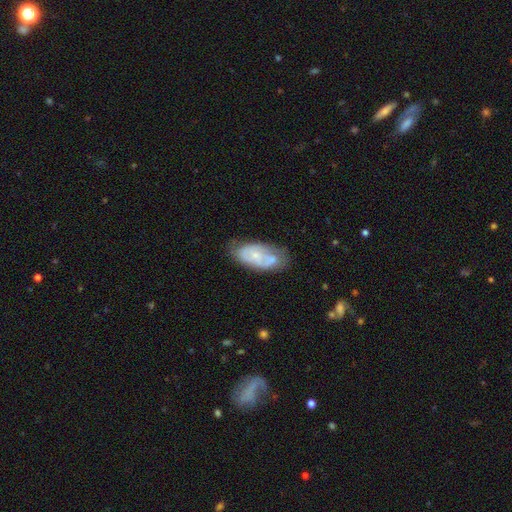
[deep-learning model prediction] Overall: featured or disk (55%; smooth 38%). Edge-on disk: no (94%). Bar: no (75%). Spiral arms: yes (53%; no 47%). Bulge size: small (64%; moderate 25%). Merging: none (49%; minor disturbance 27%).